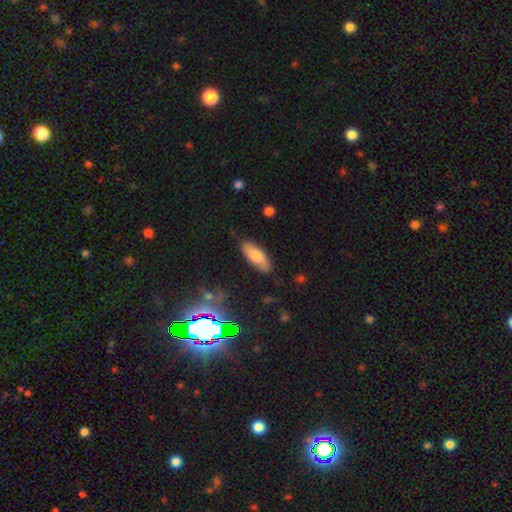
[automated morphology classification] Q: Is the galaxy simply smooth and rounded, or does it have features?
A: smooth — 74%.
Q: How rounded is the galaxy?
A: in between — 75%.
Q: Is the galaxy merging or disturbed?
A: none — 83%.